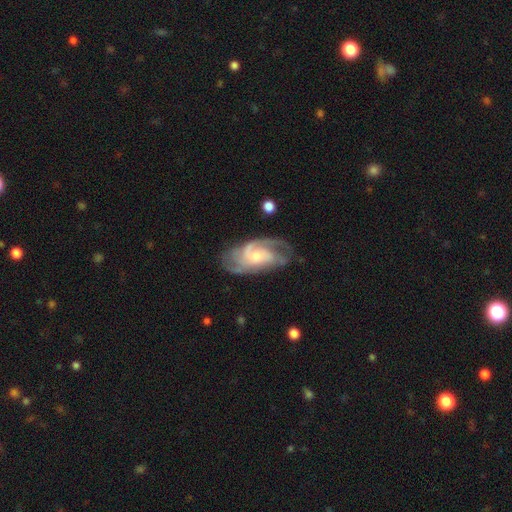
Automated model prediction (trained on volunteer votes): smooth-or-featured: featured or disk: 85% | smooth: 10% | star or artifact: 5%
  disk-edge-on: no: 96% | yes: 4%
    bar: no: 62% | weak: 32% | strong: 6%
    has-spiral-arms: yes: 96% | no: 4%
      spiral-winding: tight: 44% | medium: 43% | loose: 13%
      spiral-arm-count: 3: 33% | 2: 24% | can't tell: 22% | 4: 10% | 1: 5% | more than 4: 5%
    bulge-size: moderate: 48% | small: 41% | large: 7% | none: 4% | dominant: 1%
  merging: none: 66% | minor disturbance: 20% | major disturbance: 12% | merger: 2%